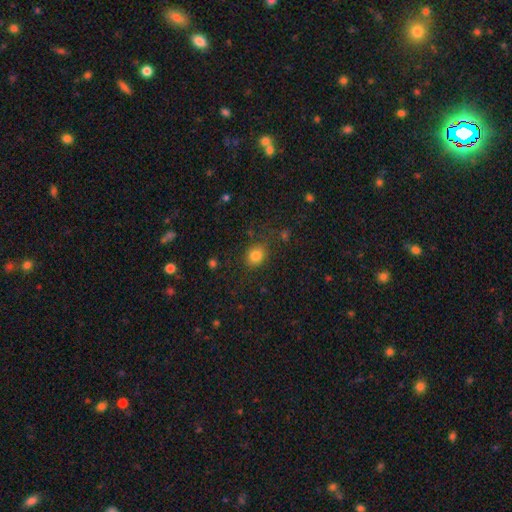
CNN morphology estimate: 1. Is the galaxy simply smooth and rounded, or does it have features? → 81% smooth, 13% star or artifact, 6% featured or disk.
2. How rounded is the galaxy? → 66% round, 33% in between, 1% cigar-shaped.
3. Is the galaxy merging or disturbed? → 78% none, 14% minor disturbance, 5% major disturbance, 3% merger.